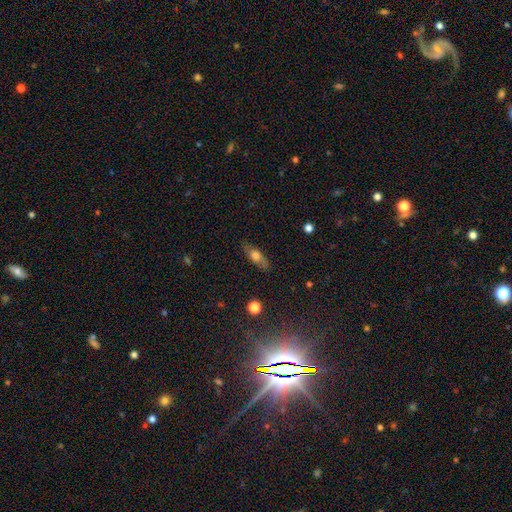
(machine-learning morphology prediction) A smooth galaxy with no disk features (63%) that is in between round and cigar-shaped (65%).

Vote fractions:
- Smooth or featured? smooth: 63% / featured or disk: 30% / star or artifact: 8%
- How rounded? in between: 65% / cigar-shaped: 30% / round: 5%
- Merging? none: 81% / minor disturbance: 14% / major disturbance: 3% / merger: 1%